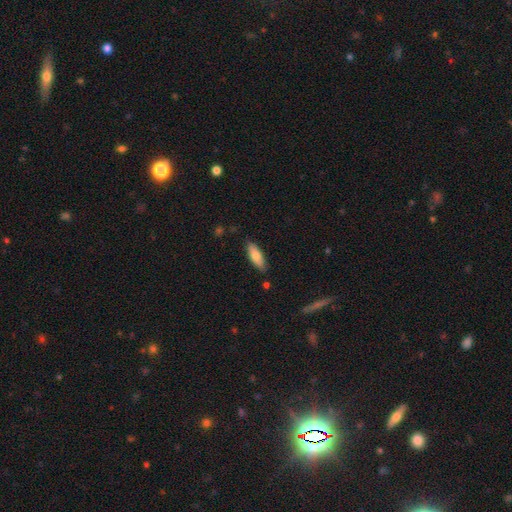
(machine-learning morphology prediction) The model was most divided on "how rounded": in between: 61%, cigar-shaped: 37%, round: 2%. More confident: merging — none (84%); smooth or featured — smooth (77%).